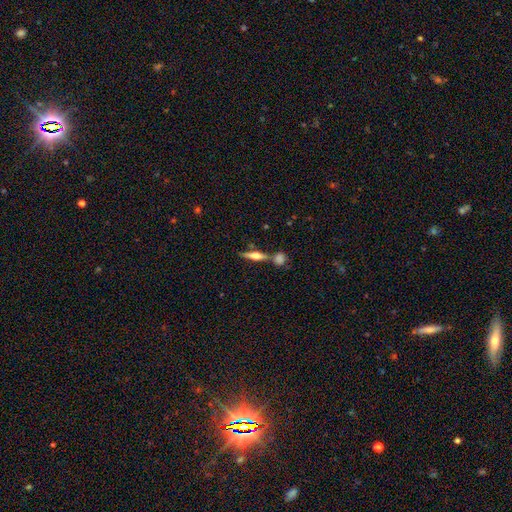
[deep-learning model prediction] A featured or disk galaxy (56%) viewed edge-on (95%) with a rounded central bulge (88%).

Vote fractions:
- Smooth or featured? featured or disk: 56% / smooth: 36% / star or artifact: 7%
- Edge-on disk? yes: 95% / no: 5%
- Edge-on bulge? rounded: 88% / boxy: 8% / none: 4%
- Merging? none: 66% / merger: 22% / minor disturbance: 9% / major disturbance: 3%